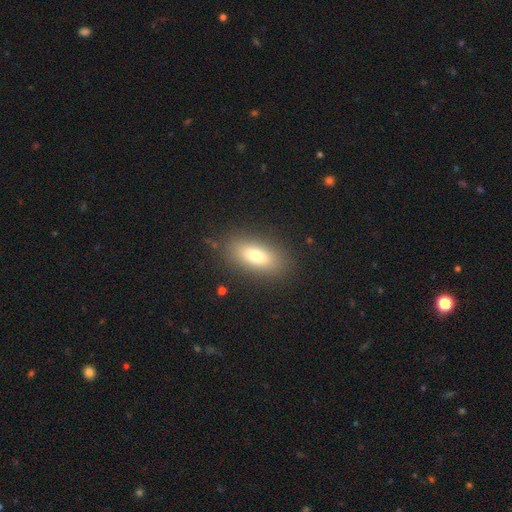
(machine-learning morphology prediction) This appears to be a smooth galaxy with no disk features (74%) that is in between round and cigar-shaped (81%). Merging: none (86%).